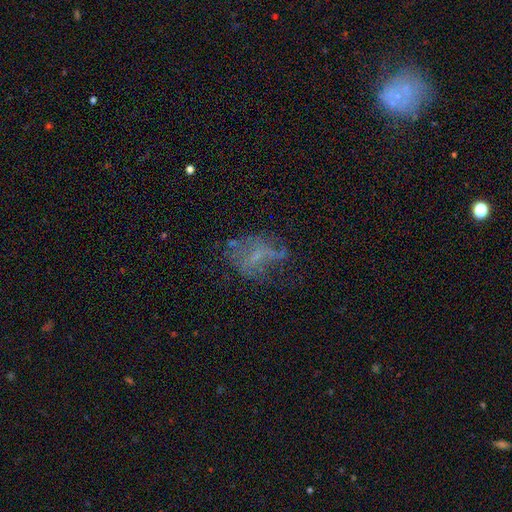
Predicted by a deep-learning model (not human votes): A featured or disk galaxy (54%) with no bar (63%), no spiral arms (70%) and no central bulge (46%). Merging: none (44%).